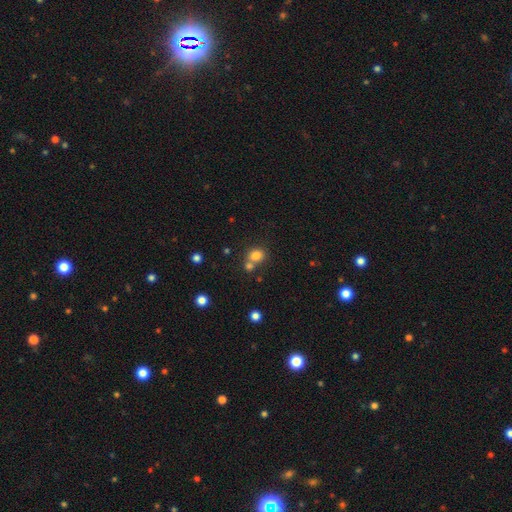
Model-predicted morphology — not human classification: Smooth or featured? Predicted: smooth (p=0.79). How rounded? Predicted: round (p=0.71). Merging? Predicted: none (p=0.53).